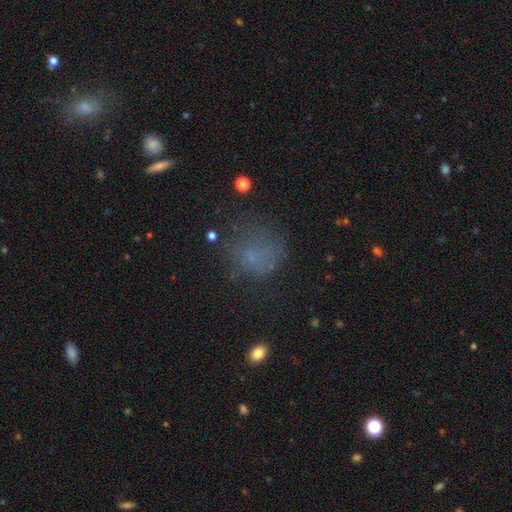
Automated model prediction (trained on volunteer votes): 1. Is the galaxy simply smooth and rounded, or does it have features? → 58% smooth, 26% star or artifact, 16% featured or disk.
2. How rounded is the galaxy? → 76% round, 23% in between, 1% cigar-shaped.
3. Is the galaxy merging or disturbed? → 56% none, 21% minor disturbance, 19% major disturbance, 3% merger.